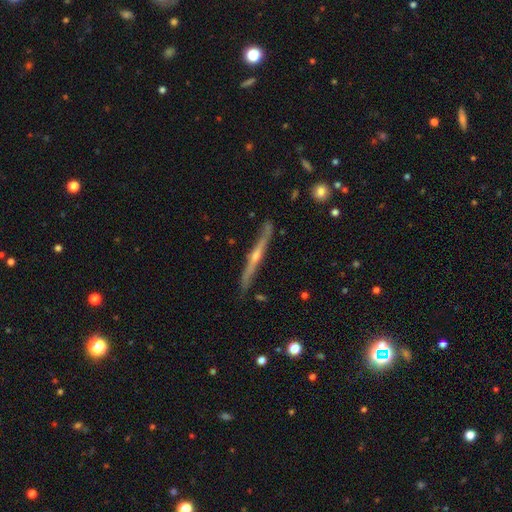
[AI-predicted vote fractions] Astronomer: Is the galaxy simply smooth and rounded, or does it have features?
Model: featured or disk — 79%.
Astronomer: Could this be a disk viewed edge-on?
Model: yes — 96%.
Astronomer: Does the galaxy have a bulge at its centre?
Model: rounded — 82%.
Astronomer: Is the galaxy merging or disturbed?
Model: none — 85%.